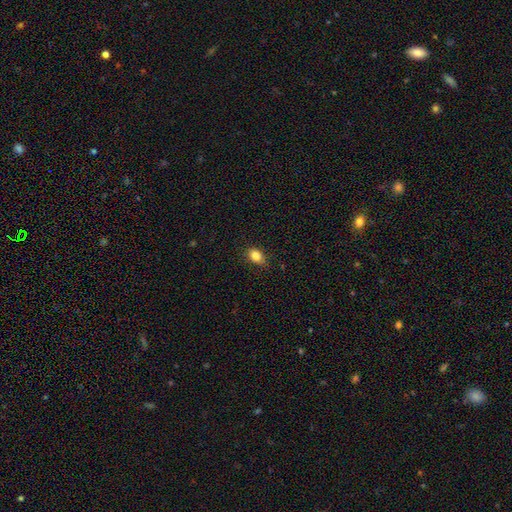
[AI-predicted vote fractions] Overall: smooth (84%). How rounded: in between (70%). Merging: none (82%).